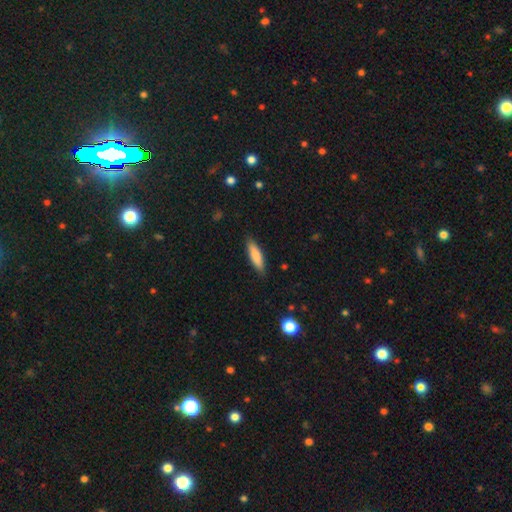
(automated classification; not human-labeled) A smooth galaxy with no disk features (79%) that is cigar-shaped (62%). Merging: none (86%).